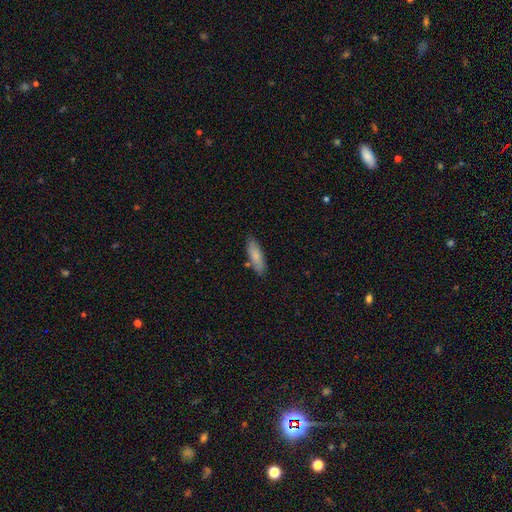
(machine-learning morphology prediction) A smooth galaxy with no disk features (78%) that is in between round and cigar-shaped (50%). Merging: none (78%).